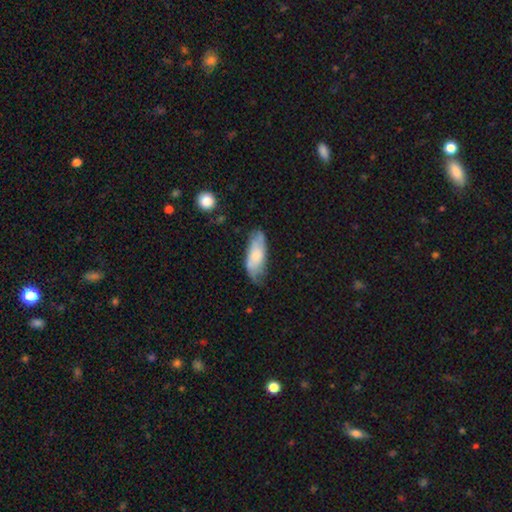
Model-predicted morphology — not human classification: A smooth galaxy with no disk features (64%) that is in between round and cigar-shaped (77%). Merging: none (56%).